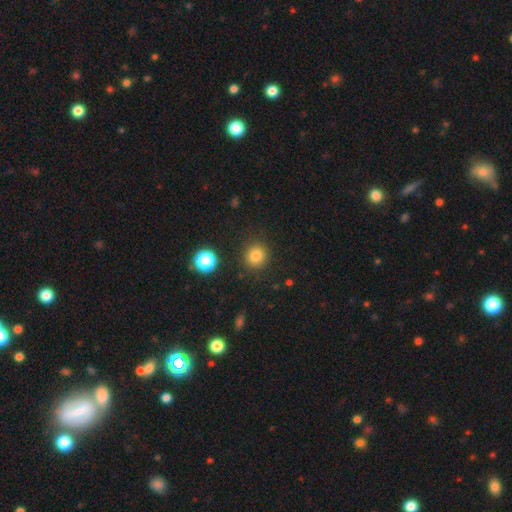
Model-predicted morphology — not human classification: Smooth or featured? smooth (82%)
How rounded? round (91%)
Merging? none (88%)